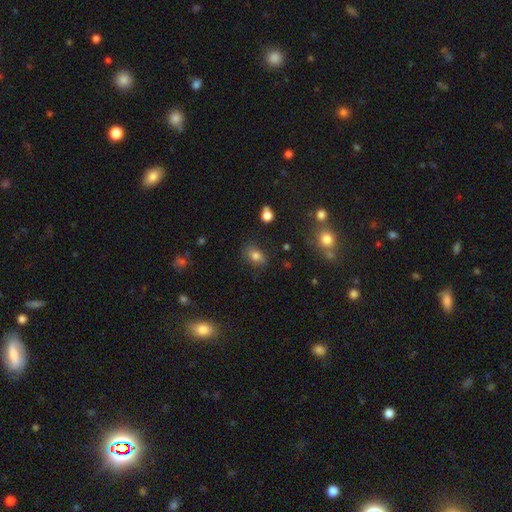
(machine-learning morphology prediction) smooth_or_featured: smooth (p=0.76) [alt: star or artifact p=0.13]
how_rounded: in between (p=0.75) [alt: round p=0.23]
merging: none (p=0.76) [alt: minor disturbance p=0.17]